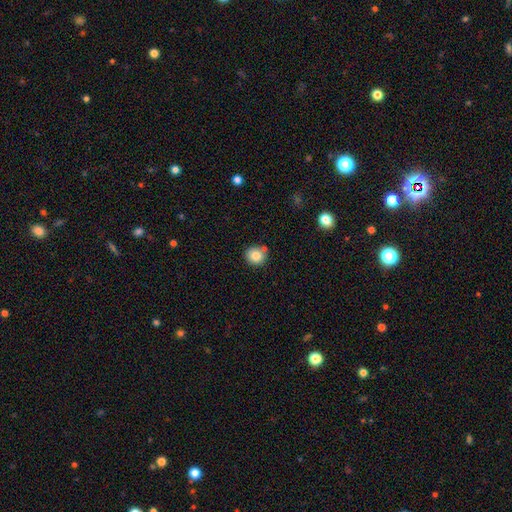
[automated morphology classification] The model was most divided on "merging": none: 78%, minor disturbance: 10%, merger: 9%, major disturbance: 3%. More confident: how rounded — round (88%); smooth or featured — smooth (85%).